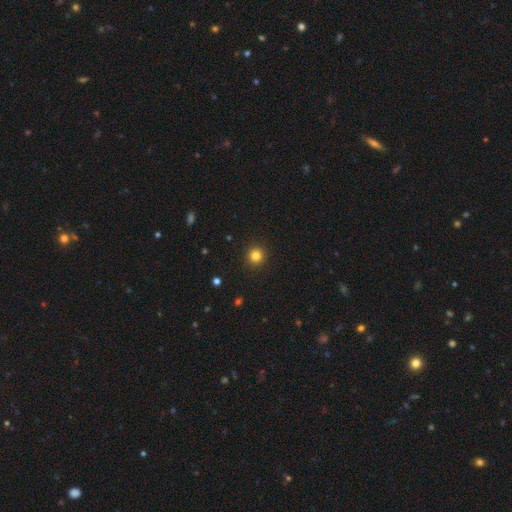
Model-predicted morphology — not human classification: A smooth galaxy with no disk features (82%) that is round (94%).

Vote fractions:
- Smooth or featured? smooth: 82% / star or artifact: 13% / featured or disk: 5%
- How rounded? round: 94% / in between: 5% / cigar-shaped: 1%
- Merging? none: 92% / minor disturbance: 5% / major disturbance: 2% / merger: 1%